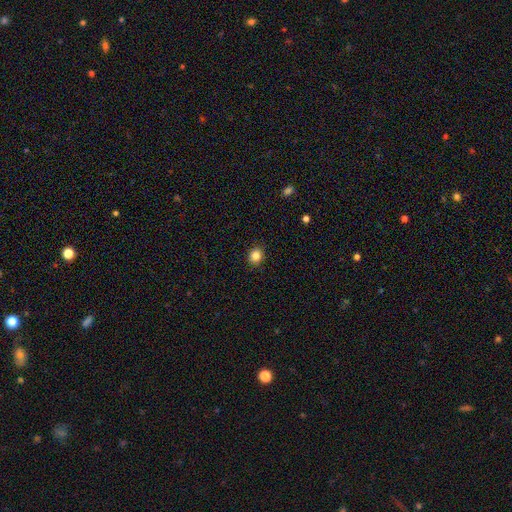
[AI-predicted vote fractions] Overall: smooth (85%). How rounded: round (72%). Merging: none (90%).